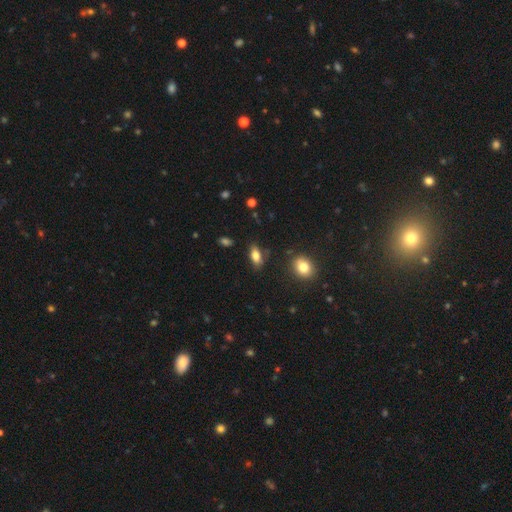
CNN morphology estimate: Smooth or featured?
  - smooth: 78% *
  - featured or disk: 12%
  - star or artifact: 9%
How rounded?
  - in between: 85% *
  - cigar-shaped: 10%
  - round: 5%
Merging?
  - none: 77% *
  - minor disturbance: 16%
  - major disturbance: 4%
  - merger: 3%